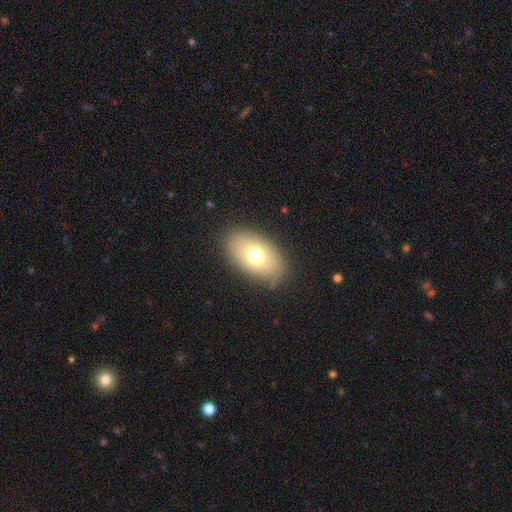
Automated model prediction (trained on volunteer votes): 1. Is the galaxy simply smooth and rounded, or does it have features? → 68% smooth, 22% featured or disk, 10% star or artifact.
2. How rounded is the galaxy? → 88% in between, 11% round, 2% cigar-shaped.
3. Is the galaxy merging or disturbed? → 80% none, 14% minor disturbance, 5% major disturbance, 1% merger.